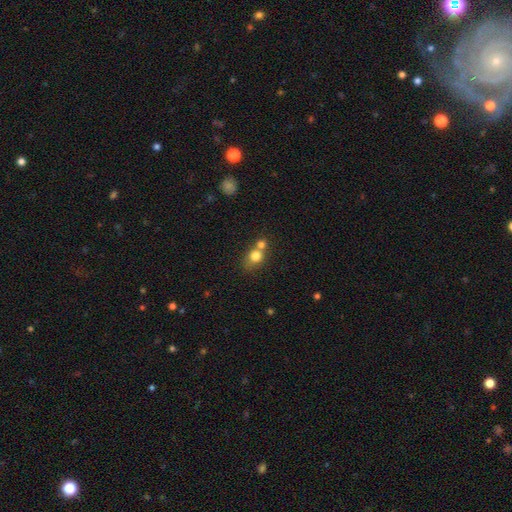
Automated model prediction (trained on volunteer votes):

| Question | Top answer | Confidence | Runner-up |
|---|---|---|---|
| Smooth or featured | smooth | 77% | featured or disk (12%) |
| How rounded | round | 68% | in between (30%) |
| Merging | merger | 51% | none (36%) |